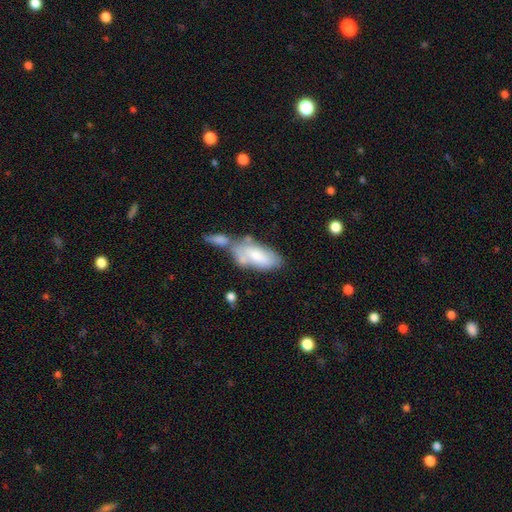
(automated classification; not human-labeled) A smooth galaxy with no disk features (65%) that is in between round and cigar-shaped (89%). Merging: merger (42%).